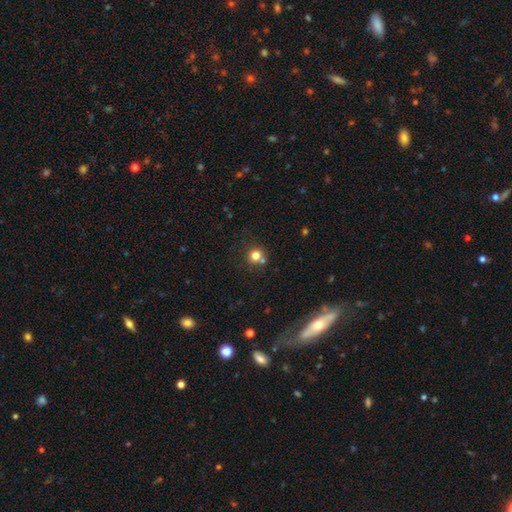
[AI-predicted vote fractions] Smooth or featured? Predicted: smooth (p=0.78). How rounded? Predicted: round (p=0.92). Merging? Predicted: none (p=0.70).